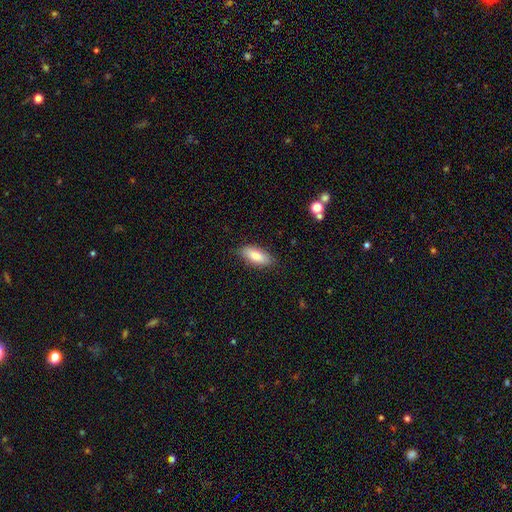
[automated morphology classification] type=smooth (81%); roundness=in between (81%); merging=none (84%).